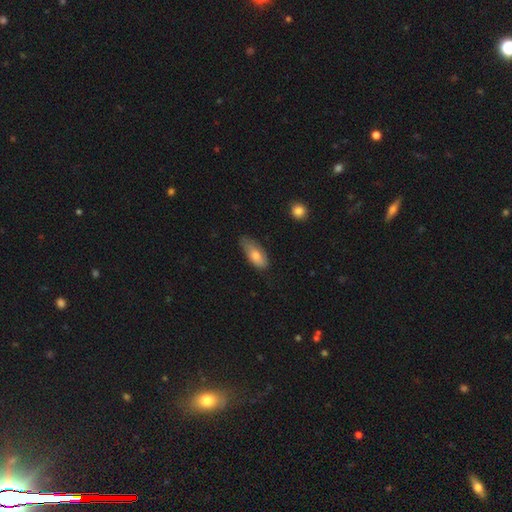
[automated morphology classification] smooth_or_featured: smooth (p=0.76) [alt: featured or disk p=0.18]
how_rounded: in between (p=0.81) [alt: cigar-shaped p=0.16]
merging: none (p=0.50) [alt: minor disturbance p=0.39]